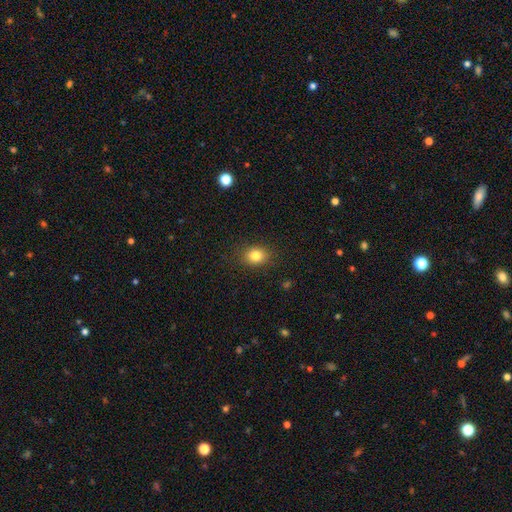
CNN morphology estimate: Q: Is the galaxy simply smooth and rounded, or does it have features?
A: smooth — 82%.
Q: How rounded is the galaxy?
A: round — 52%.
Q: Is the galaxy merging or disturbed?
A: none — 87%.